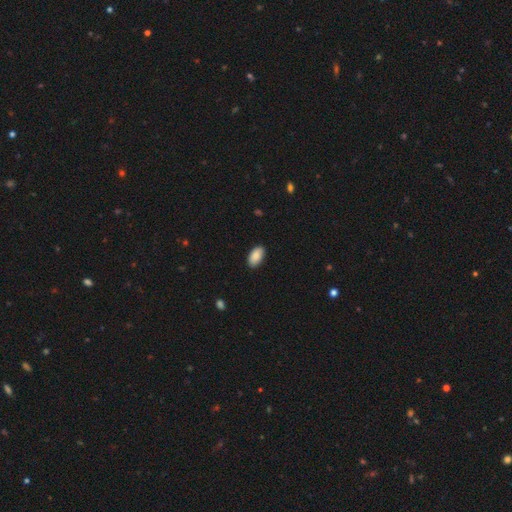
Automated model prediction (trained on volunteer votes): Smooth or featured: smooth — 89% (star or artifact — 6%)
How rounded: in between — 95% (round — 3%)
Merging: none — 87% (minor disturbance — 10%)